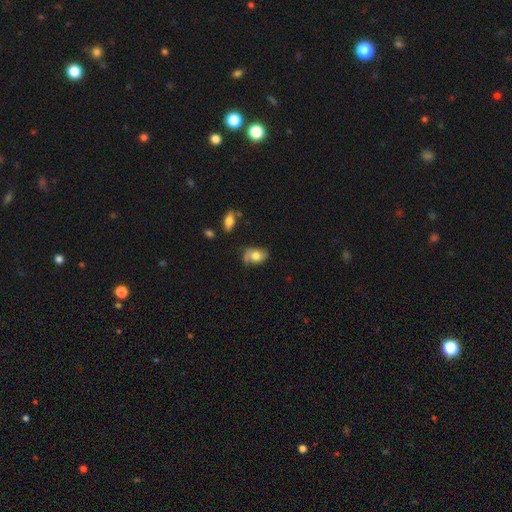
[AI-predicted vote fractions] This appears to be a smooth galaxy with no disk features (53%) that is in between round and cigar-shaped (78%). Merging: none (49%).